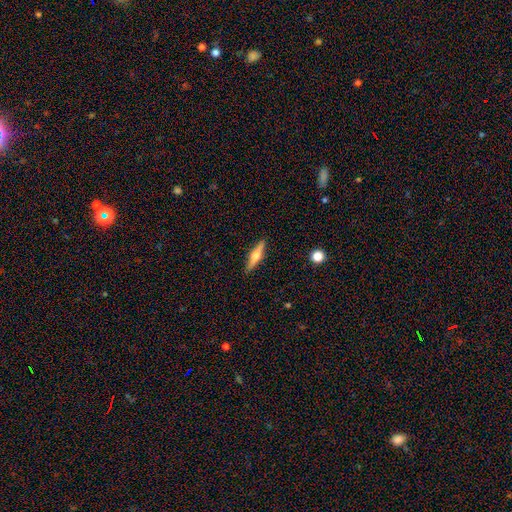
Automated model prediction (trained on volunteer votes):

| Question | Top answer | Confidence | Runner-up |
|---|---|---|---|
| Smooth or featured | featured or disk | 58% | smooth (36%) |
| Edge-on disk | yes | 96% | no (4%) |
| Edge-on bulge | rounded | 90% | boxy (6%) |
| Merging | none | 89% | minor disturbance (8%) |